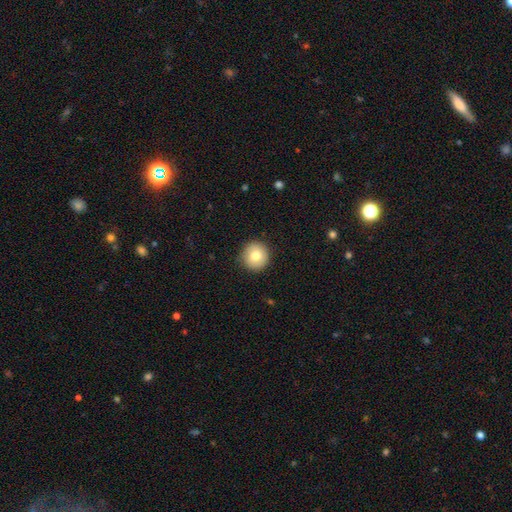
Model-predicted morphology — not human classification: Smooth or featured? Predicted: smooth (p=0.79). How rounded? Predicted: round (p=0.93). Merging? Predicted: none (p=0.88).